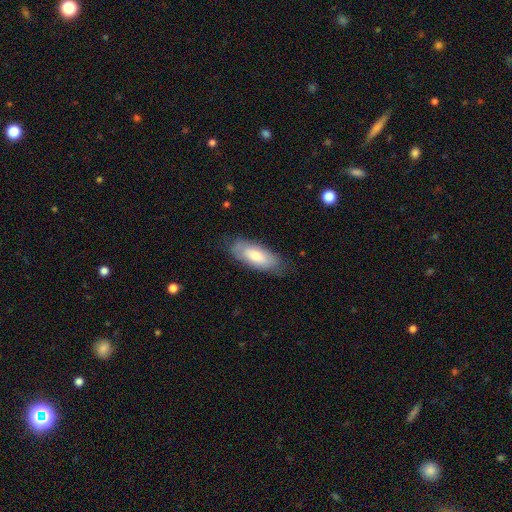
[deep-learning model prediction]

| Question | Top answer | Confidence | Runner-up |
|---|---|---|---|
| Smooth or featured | smooth | 71% | featured or disk (23%) |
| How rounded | in between | 81% | cigar-shaped (17%) |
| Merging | none | 74% | minor disturbance (20%) |